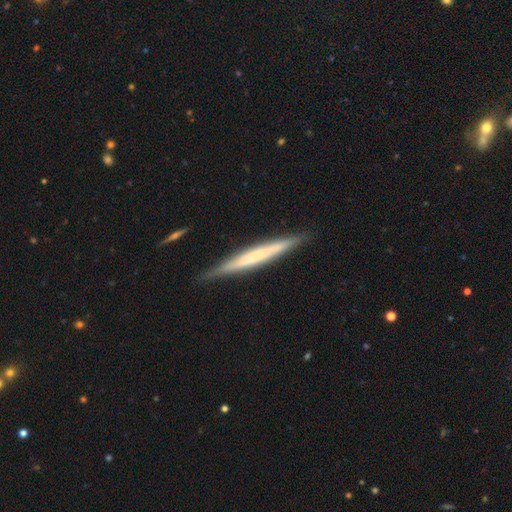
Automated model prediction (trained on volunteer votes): This appears to be a featured or disk galaxy (52%) viewed edge-on (97%) with no central bulge (72%). Merging: none (88%).